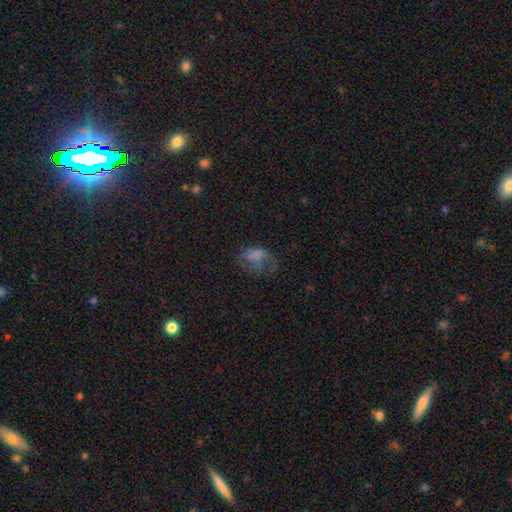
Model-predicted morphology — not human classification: Smooth or featured? Predicted: smooth (p=0.59). How rounded? Predicted: in between (p=0.78). Merging? Predicted: major disturbance (p=0.40).